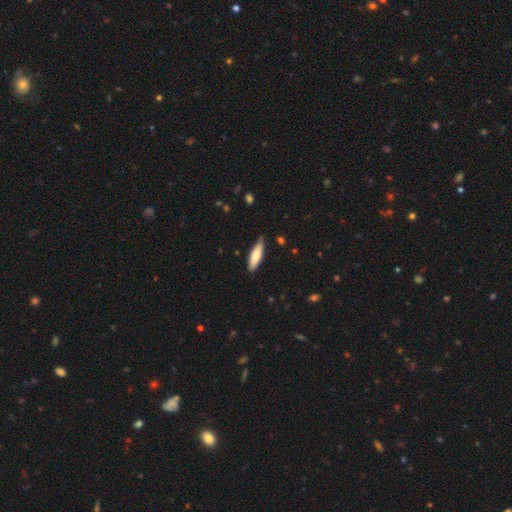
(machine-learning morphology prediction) A smooth galaxy with no disk features (79%) that is cigar-shaped (59%). Merging: none (77%).